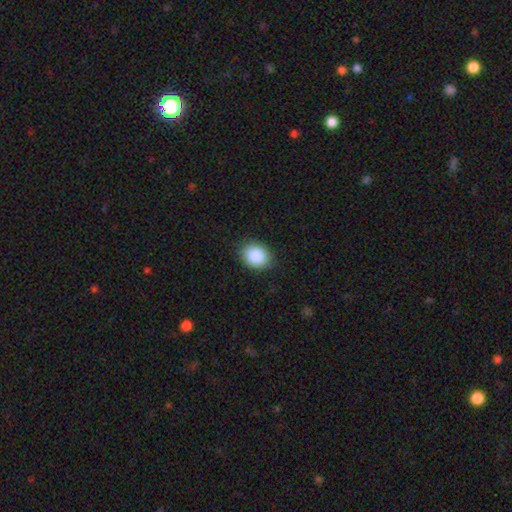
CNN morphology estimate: Smooth or featured? smooth (88%)
How rounded? in between (50%)
Merging? none (87%)